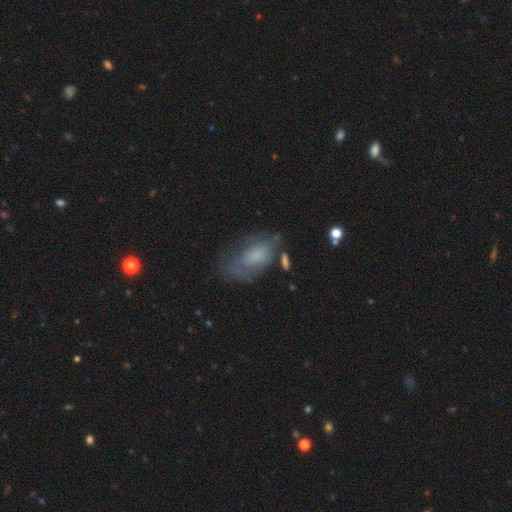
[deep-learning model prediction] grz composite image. It shows a smooth galaxy with no disk features (56%) that is in between round and cigar-shaped (89%). Merging: none (46%).